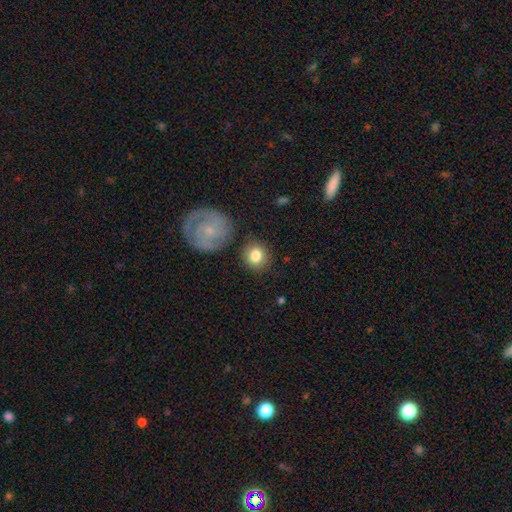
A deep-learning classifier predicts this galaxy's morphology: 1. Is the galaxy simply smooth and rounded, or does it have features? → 82% smooth, 12% featured or disk, 7% star or artifact.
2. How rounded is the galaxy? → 89% round, 10% in between, 1% cigar-shaped.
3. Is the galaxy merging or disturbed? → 81% none, 11% minor disturbance, 5% merger, 4% major disturbance.